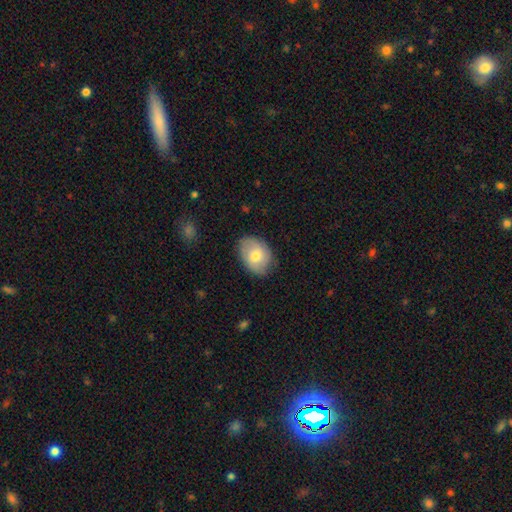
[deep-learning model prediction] smooth 67%, featured or disk 27%, star or artifact 6%. Down the decision tree: how rounded — in between (75%); merging — none (81%).